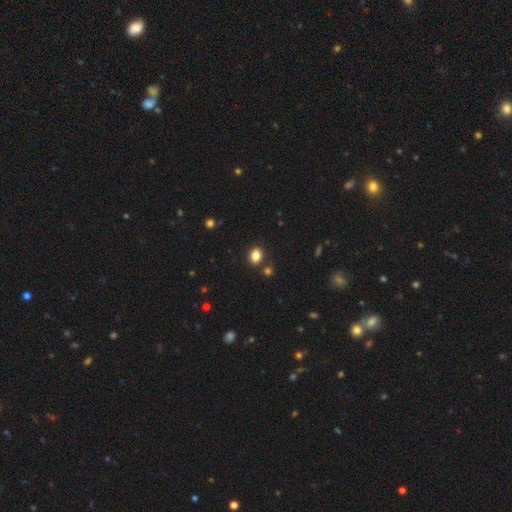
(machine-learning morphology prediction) smooth 84%, star or artifact 11%, featured or disk 6%. Down the decision tree: how rounded — in between (60%); merging — none (81%).